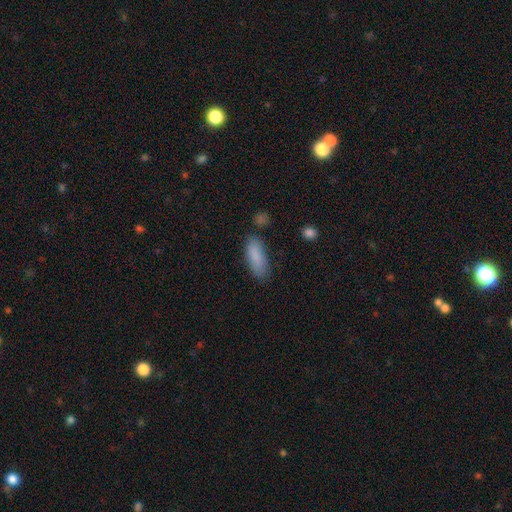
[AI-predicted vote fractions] A smooth galaxy with no disk features (86%) that is in between round and cigar-shaped (61%).

Vote fractions:
- Smooth or featured? smooth: 86% / featured or disk: 7% / star or artifact: 7%
- How rounded? in between: 61% / cigar-shaped: 37% / round: 2%
- Merging? none: 74% / minor disturbance: 17% / merger: 5% / major disturbance: 4%